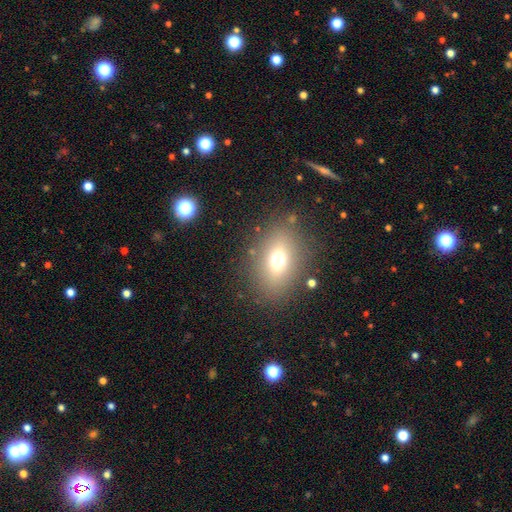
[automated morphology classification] A smooth galaxy with no disk features (61%) that is in between round and cigar-shaped (77%).

Vote fractions:
- Smooth or featured? smooth: 61% / star or artifact: 20% / featured or disk: 18%
- How rounded? in between: 77% / round: 18% / cigar-shaped: 5%
- Merging? none: 85% / minor disturbance: 9% / major disturbance: 4% / merger: 2%